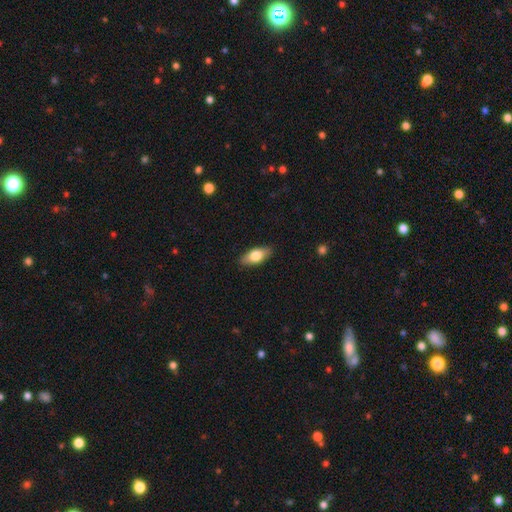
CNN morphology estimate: Smooth or featured? smooth (73%)
How rounded? in between (84%)
Merging? none (88%)